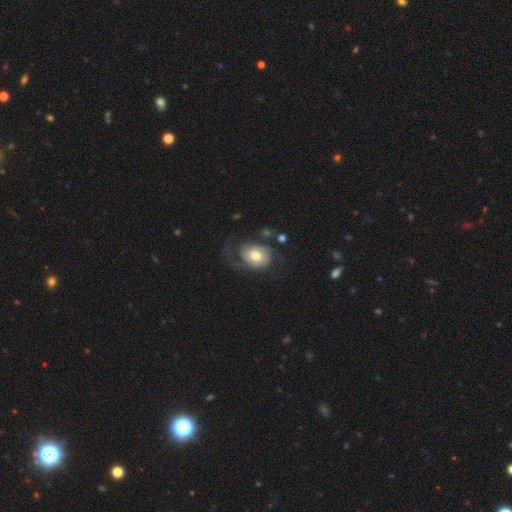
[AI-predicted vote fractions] This is possibly a featured or disk galaxy (58%). It is clearly not viewed edge-on (97%). Bar: likely no (75%). Spiral arm pattern: clearly yes (83%). Central bulge: likely moderate (64%). Merging: marginally none (44%).